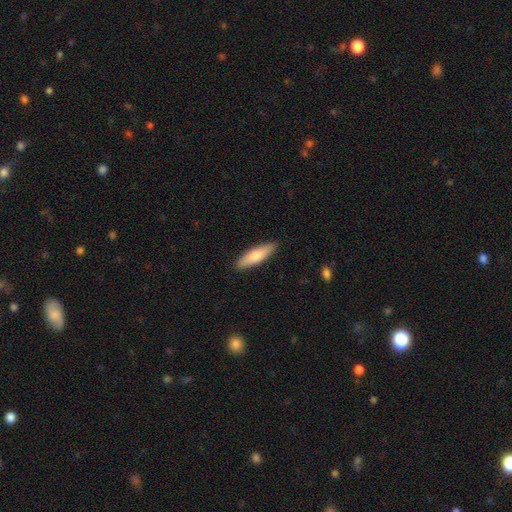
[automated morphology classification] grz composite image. It shows a smooth galaxy with no disk features (75%) that is cigar-shaped (60%). Merging: none (90%).